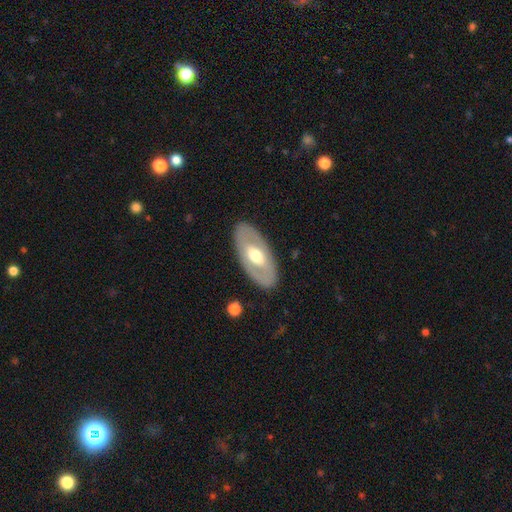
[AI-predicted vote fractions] The model was most divided on "smooth or featured": featured or disk: 58%, smooth: 37%, star or artifact: 5%. More confident: merging — none (86%); edge-on disk — no (85%).